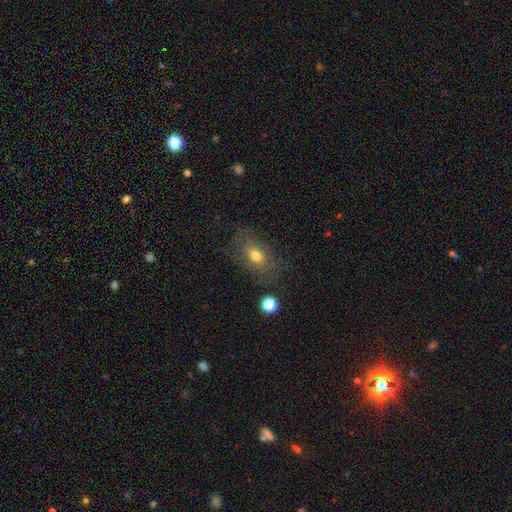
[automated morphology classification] type=smooth (61%); roundness=in between (80%); merging=none (70%).